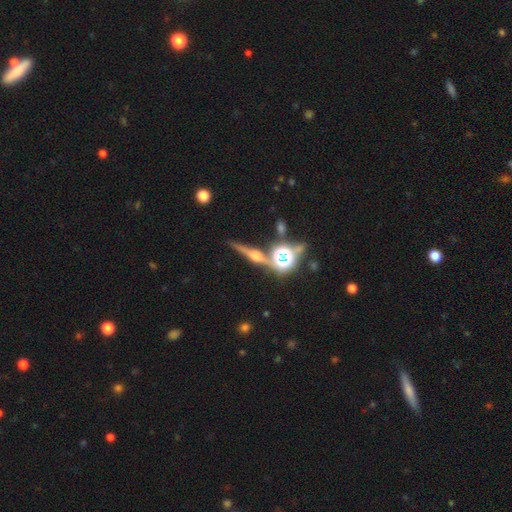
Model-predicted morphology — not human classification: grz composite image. It shows a featured or disk galaxy (66%) viewed edge-on (94%) with a rounded central bulge (90%). Merging: none (80%).